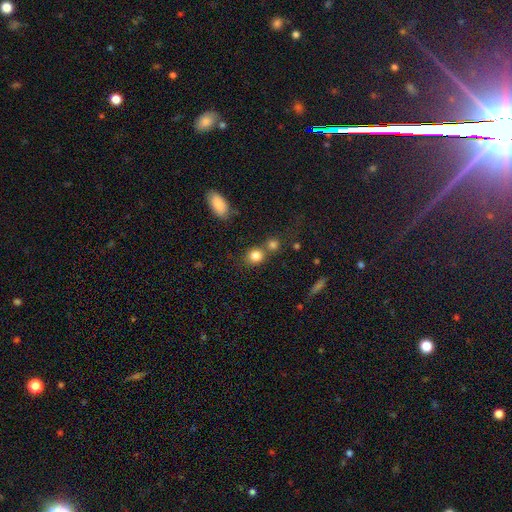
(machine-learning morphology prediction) Q: Smooth or featured?
A: smooth (83%); runner-up: star or artifact (11%)
Q: How rounded?
A: round (75%); runner-up: in between (24%)
Q: Merging?
A: none (58%); runner-up: merger (28%)